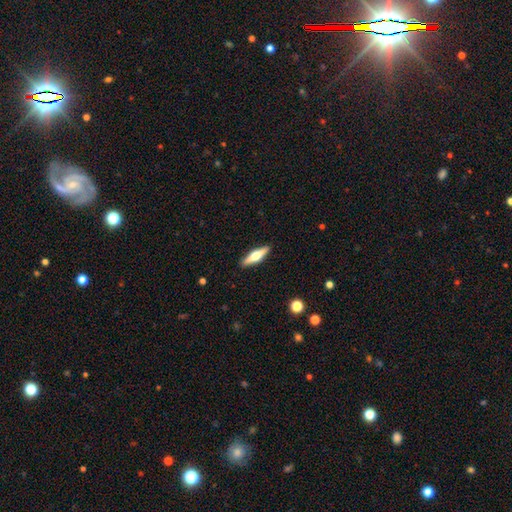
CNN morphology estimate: smooth_or_featured: featured or disk (p=0.55) [alt: smooth p=0.39]
disk_edge_on: yes (p=0.95) [alt: no p=0.05]
edge_on_bulge: rounded (p=0.94) [alt: boxy p=0.03]
merging: none (p=0.91) [alt: minor disturbance p=0.07]